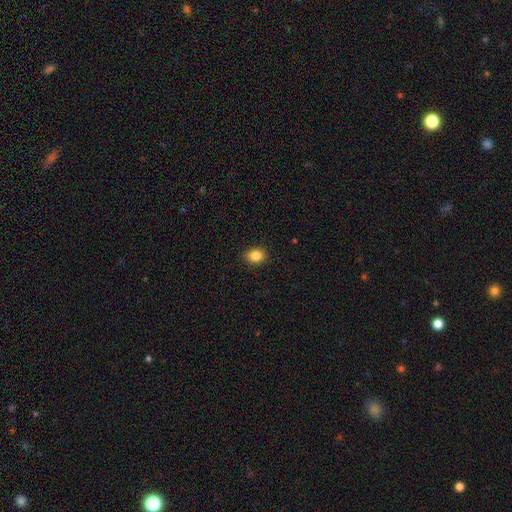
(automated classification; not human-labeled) A smooth galaxy with no disk features (85%) that is round (50%). Merging: none (89%).